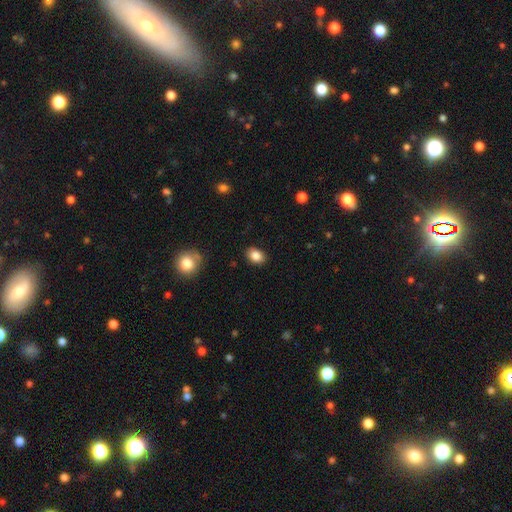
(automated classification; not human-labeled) The model was most divided on "how rounded": in between: 75%, round: 24%, cigar-shaped: 1%. More confident: merging — none (88%); smooth or featured — smooth (86%).